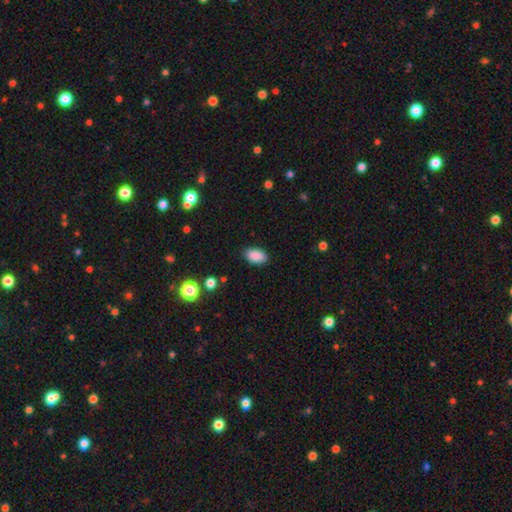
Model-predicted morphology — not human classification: A smooth galaxy with no disk features (88%) that is in between round and cigar-shaped (93%).

Vote fractions:
- Smooth or featured? smooth: 88% / star or artifact: 8% / featured or disk: 4%
- How rounded? in between: 93% / round: 5% / cigar-shaped: 2%
- Merging? none: 87% / minor disturbance: 9% / major disturbance: 2% / merger: 1%